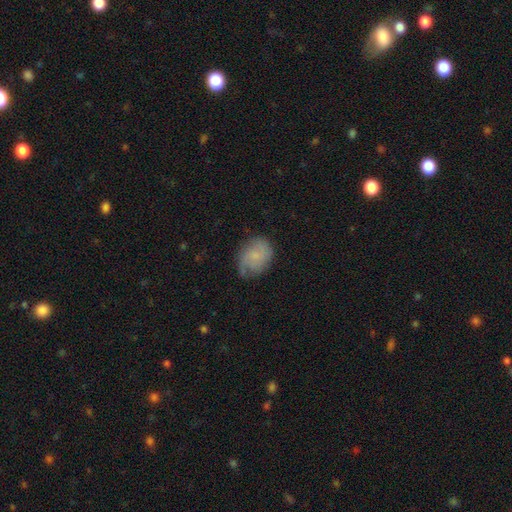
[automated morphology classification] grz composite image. It shows a smooth galaxy with no disk features (57%) that is in between round and cigar-shaped (57%). Merging: none (62%).